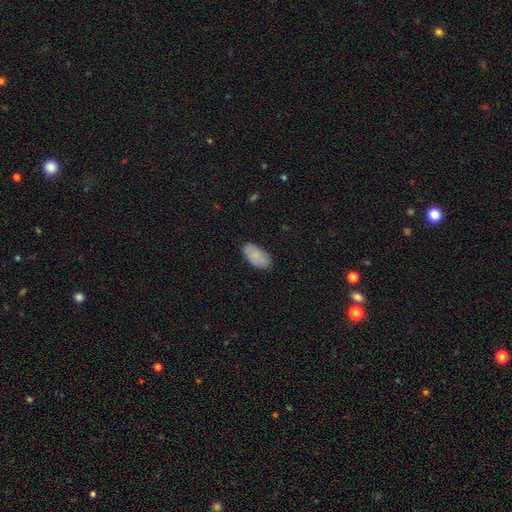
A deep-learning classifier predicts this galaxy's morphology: A smooth galaxy with no disk features (85%) that is in between round and cigar-shaped (95%).

Vote fractions:
- Smooth or featured? smooth: 85% / featured or disk: 9% / star or artifact: 6%
- How rounded? in between: 95% / cigar-shaped: 3% / round: 2%
- Merging? none: 84% / minor disturbance: 13% / major disturbance: 2% / merger: 1%